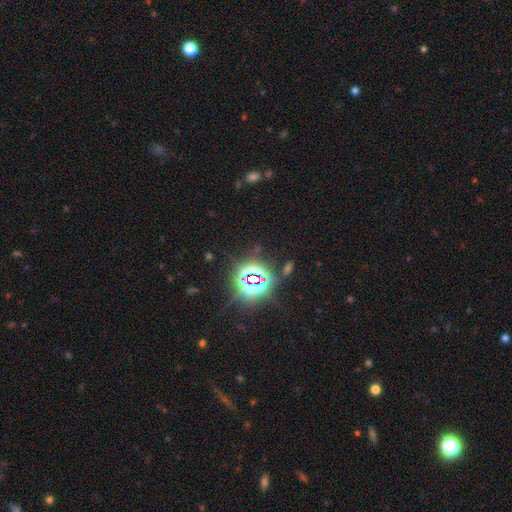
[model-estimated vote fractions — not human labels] star or artifact 80%, smooth 12%, featured or disk 8%.